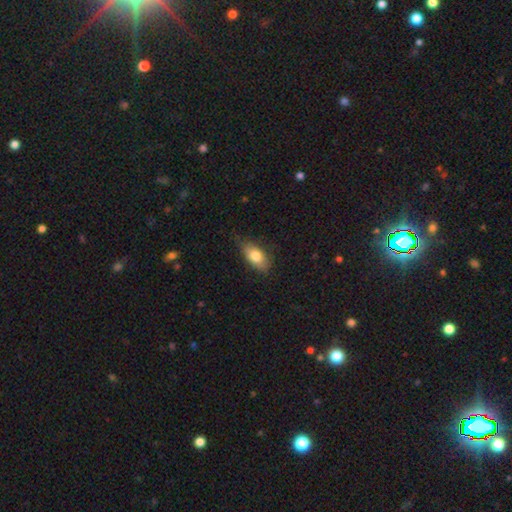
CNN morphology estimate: Overall: smooth (78%). How rounded: in between (87%). Merging: none (66%; minor disturbance 27%).